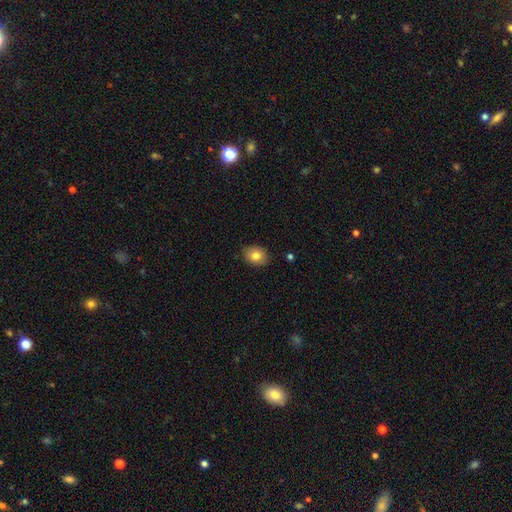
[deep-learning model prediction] Overall: smooth (81%). How rounded: in between (65%; round 34%). Merging: none (86%).